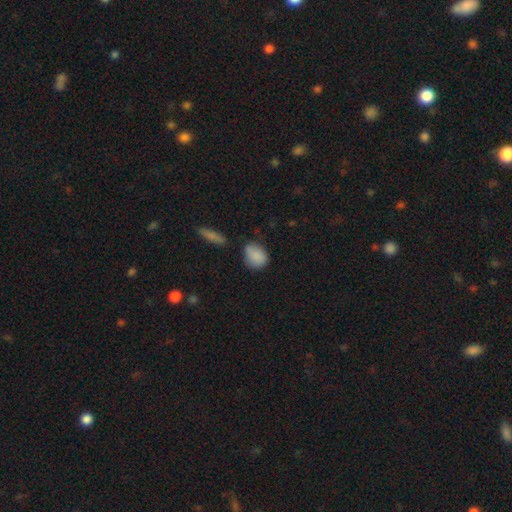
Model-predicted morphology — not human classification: Q: Smooth or featured?
A: smooth (85%); runner-up: star or artifact (8%)
Q: How rounded?
A: in between (58%); runner-up: round (40%)
Q: Merging?
A: none (60%); runner-up: minor disturbance (27%)